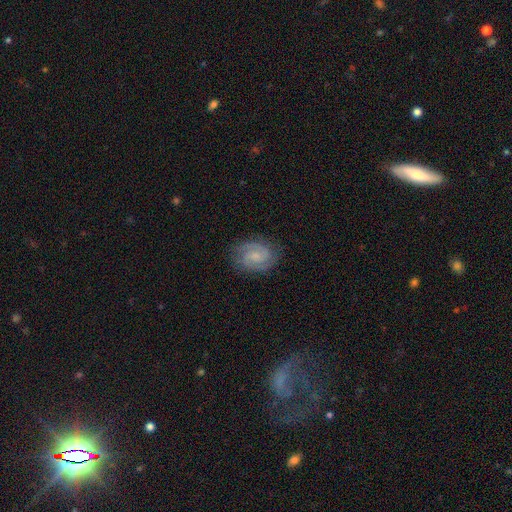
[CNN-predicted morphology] The model was most divided on "bar": no: 48%, weak: 44%, strong: 8%. Remaining: edge-on disk — no (98%); spiral arms — yes (97%); spiral arm count — 2 (86%); merging — none (82%); smooth or featured — featured or disk (82%); spiral winding — tight (49%); bulge size — small (47%).